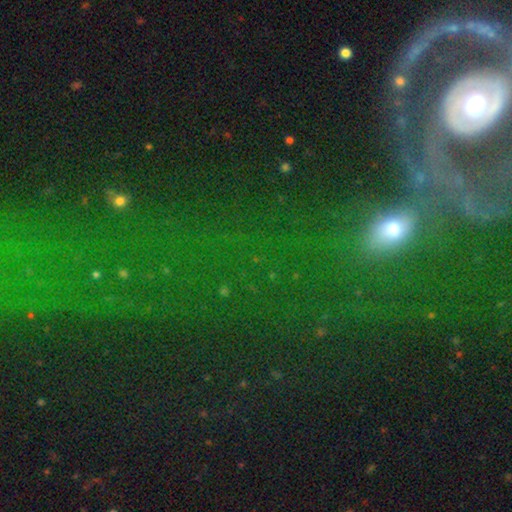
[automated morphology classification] Smooth or featured? Predicted: featured or disk (p=0.35). Merging? Predicted: none (p=0.49).